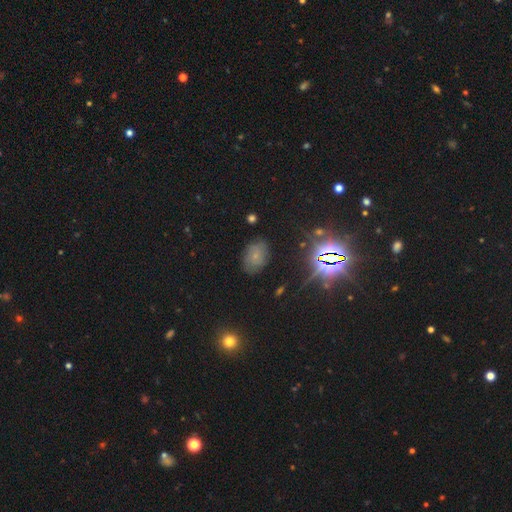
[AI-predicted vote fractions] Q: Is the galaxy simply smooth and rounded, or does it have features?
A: smooth — 47%.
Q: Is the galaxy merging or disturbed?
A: none — 79%.